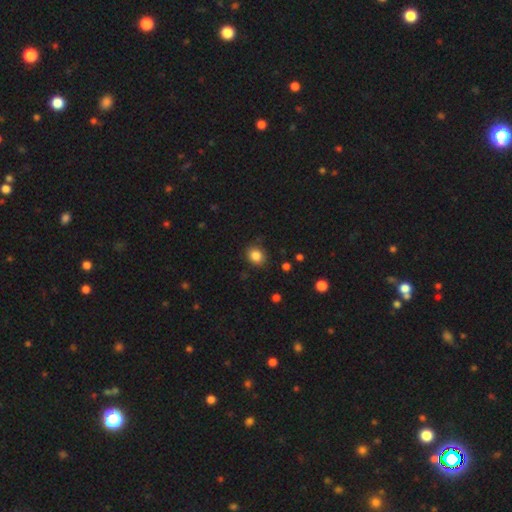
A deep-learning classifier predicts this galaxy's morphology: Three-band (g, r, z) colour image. It shows a smooth galaxy with no disk features (84%) that is round (64%). Merging: none (83%).